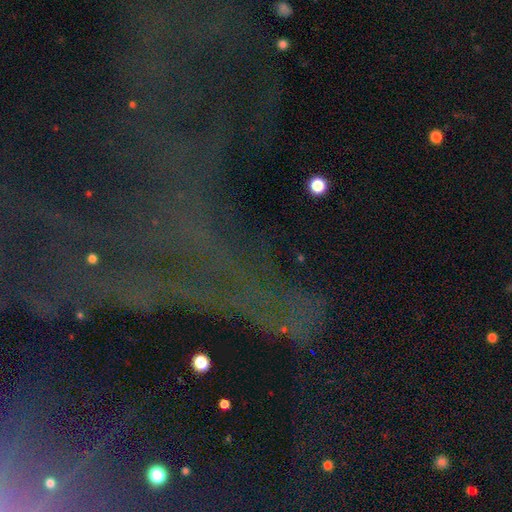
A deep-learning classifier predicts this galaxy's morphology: Smooth or featured?
  - star or artifact: 78% *
  - featured or disk: 12%
  - smooth: 10%